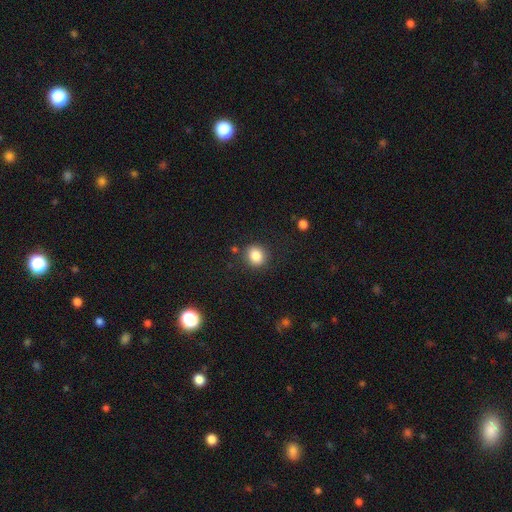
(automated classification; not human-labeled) This is clearly a smooth galaxy (85%). How rounded: likely round (79%). Merging: clearly none (86%).